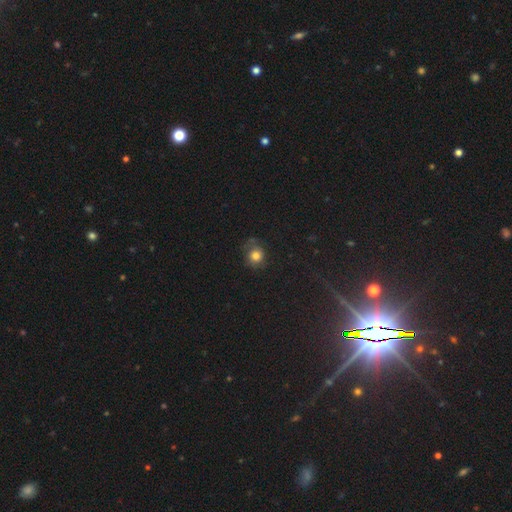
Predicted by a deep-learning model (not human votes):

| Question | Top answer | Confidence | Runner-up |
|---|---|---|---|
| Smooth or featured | smooth | 75% | featured or disk (13%) |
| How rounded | round | 84% | in between (15%) |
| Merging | none | 63% | minor disturbance (23%) |